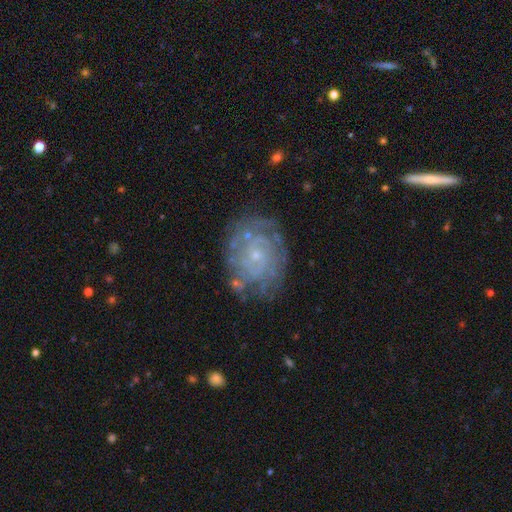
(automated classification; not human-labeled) Q: Smooth or featured?
A: featured or disk (78%); runner-up: smooth (14%)
Q: Edge-on disk?
A: no (97%); runner-up: yes (3%)
Q: Bar?
A: no (81%); runner-up: weak (16%)
Q: Spiral arms?
A: yes (87%); runner-up: no (13%)
Q: Spiral winding?
A: tight (73%); runner-up: medium (20%)
Q: Spiral arm count?
A: can't tell (49%); runner-up: 2 (16%)
Q: Bulge size?
A: small (84%); runner-up: moderate (12%)
Q: Merging?
A: none (72%); runner-up: minor disturbance (18%)